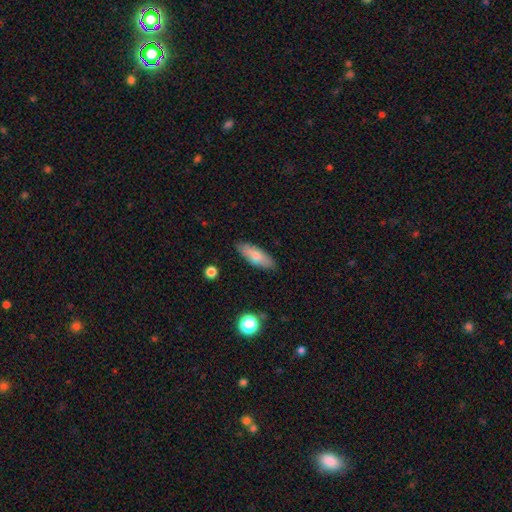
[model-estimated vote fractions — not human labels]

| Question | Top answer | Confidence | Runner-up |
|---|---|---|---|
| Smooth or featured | smooth | 73% | featured or disk (20%) |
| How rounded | in between | 64% | cigar-shaped (33%) |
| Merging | none | 85% | minor disturbance (12%) |